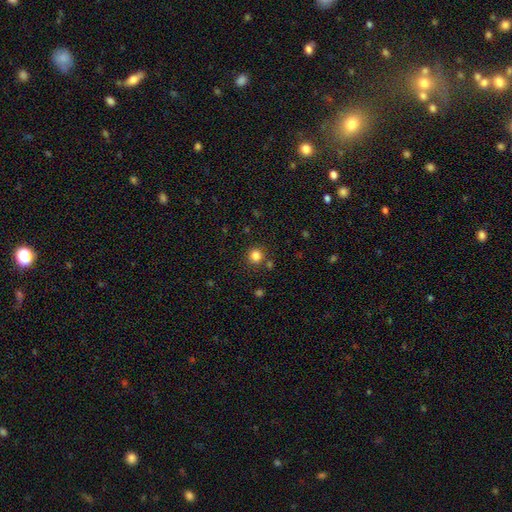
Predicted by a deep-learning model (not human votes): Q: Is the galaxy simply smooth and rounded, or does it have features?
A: smooth — 82%.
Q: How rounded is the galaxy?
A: round — 90%.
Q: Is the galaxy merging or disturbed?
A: none — 81%.